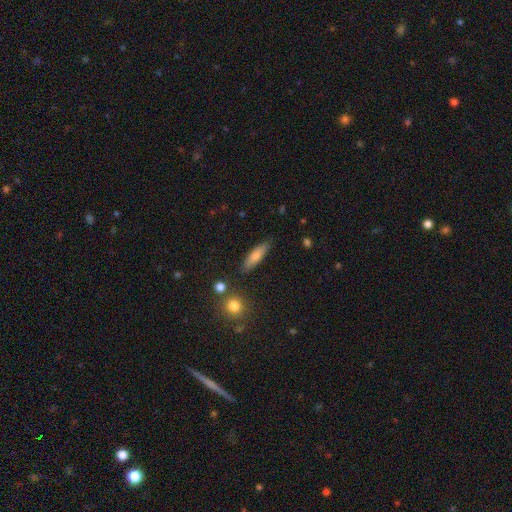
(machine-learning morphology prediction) smooth 74%, featured or disk 19%, star or artifact 7%. Down the decision tree: how rounded — cigar-shaped (55%); merging — none (83%).